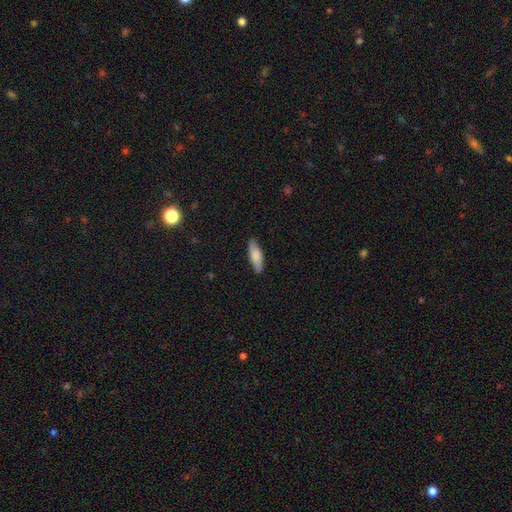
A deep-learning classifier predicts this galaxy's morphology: smooth-or-featured: smooth: 80% | featured or disk: 14% | star or artifact: 6%
  how-rounded: in between: 57% | cigar-shaped: 42% | round: 2%
  merging: none: 85% | minor disturbance: 12% | major disturbance: 2% | merger: 1%